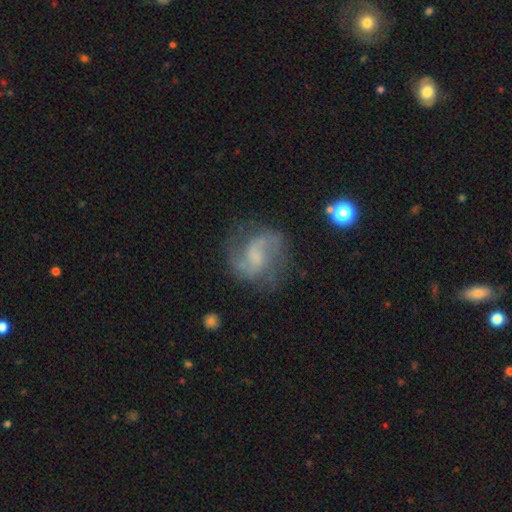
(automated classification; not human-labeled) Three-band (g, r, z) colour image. It shows a featured or disk galaxy (77%) with a weak bar (50%), 2 (79%) medium (48%) spiral arms (92%) and a small central bulge (37%). Merging: none (67%).